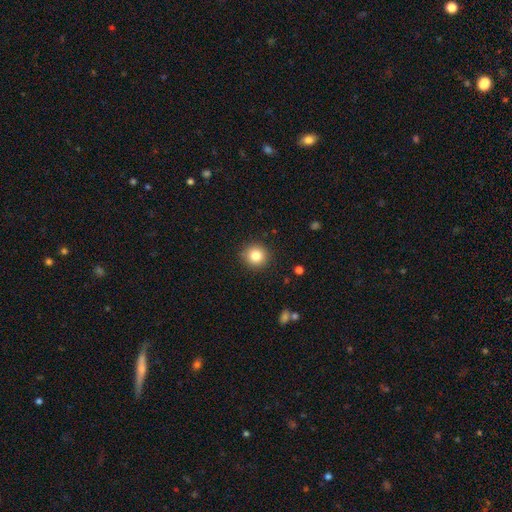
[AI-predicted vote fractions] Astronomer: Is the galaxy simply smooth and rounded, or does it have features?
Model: smooth — 83%.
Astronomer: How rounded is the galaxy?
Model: round — 93%.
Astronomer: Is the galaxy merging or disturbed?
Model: none — 91%.